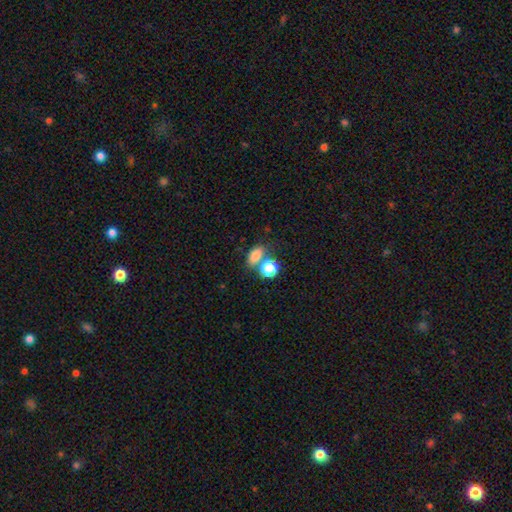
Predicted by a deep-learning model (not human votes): Morphology: type=smooth (80%); roundness=in between (75%); merging=none (50%).